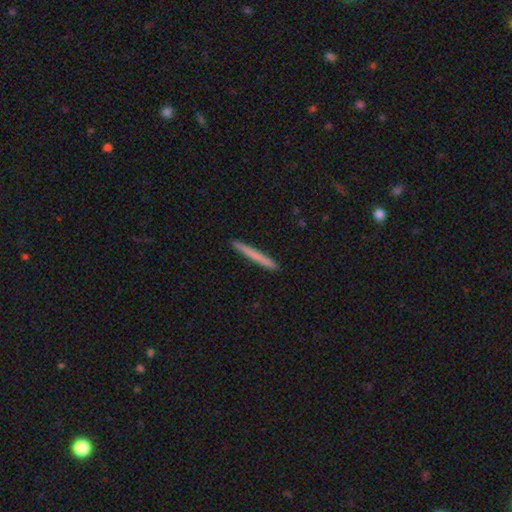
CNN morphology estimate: Q: Smooth or featured?
A: smooth (70%); runner-up: featured or disk (25%)
Q: How rounded?
A: cigar-shaped (97%); runner-up: in between (2%)
Q: Merging?
A: none (93%); runner-up: minor disturbance (5%)